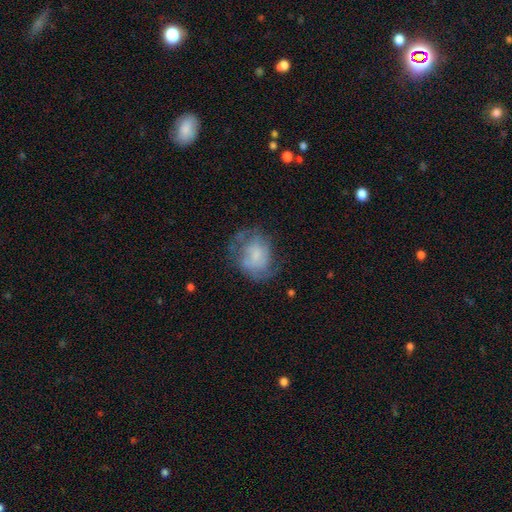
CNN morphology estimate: Q: Smooth or featured?
A: featured or disk (46%); runner-up: smooth (45%)
Q: Merging?
A: none (51%); runner-up: minor disturbance (26%)